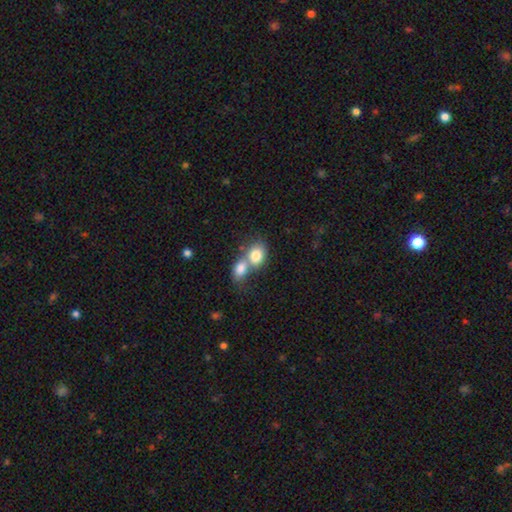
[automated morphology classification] type=smooth (80%); roundness=in between (60%); merging=merger (70%).